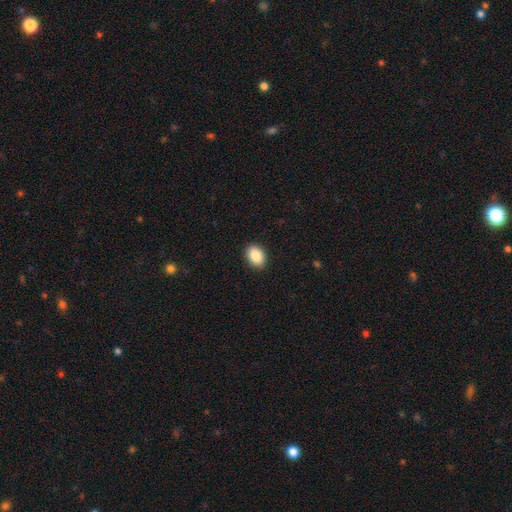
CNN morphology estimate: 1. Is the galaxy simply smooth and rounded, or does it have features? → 88% smooth, 7% star or artifact, 4% featured or disk.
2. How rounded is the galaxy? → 81% in between, 17% round, 1% cigar-shaped.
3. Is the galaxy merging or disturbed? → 91% none, 7% minor disturbance, 2% major disturbance, 1% merger.